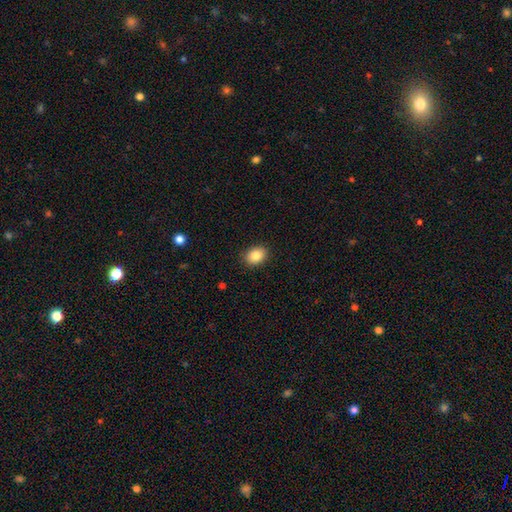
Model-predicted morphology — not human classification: The model was most divided on "how rounded": in between: 66%, round: 33%, cigar-shaped: 1%. More confident: merging — none (89%); smooth or featured — smooth (85%).